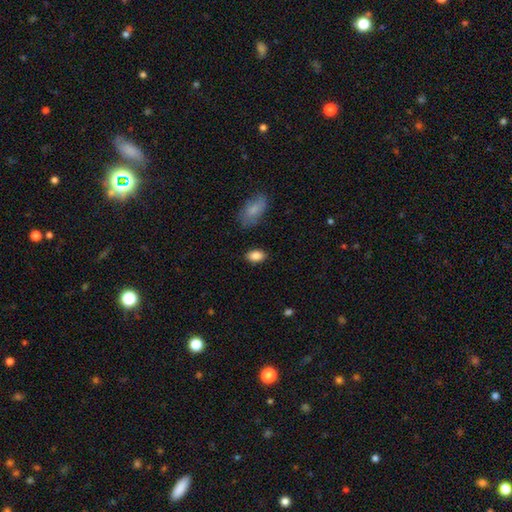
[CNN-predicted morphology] smooth_or_featured: smooth (p=0.86) [alt: star or artifact p=0.08]
how_rounded: in between (p=0.91) [alt: round p=0.07]
merging: none (p=0.85) [alt: minor disturbance p=0.11]